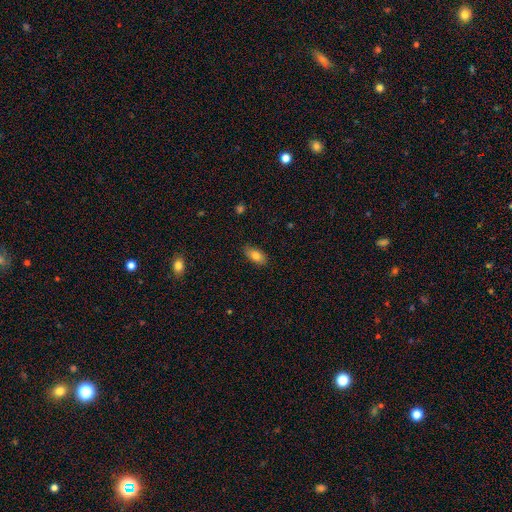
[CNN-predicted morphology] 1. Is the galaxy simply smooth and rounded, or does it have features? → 80% smooth, 12% featured or disk, 8% star or artifact.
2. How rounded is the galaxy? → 89% in between, 6% cigar-shaped, 4% round.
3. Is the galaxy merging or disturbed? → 85% none, 12% minor disturbance, 2% major disturbance, 1% merger.